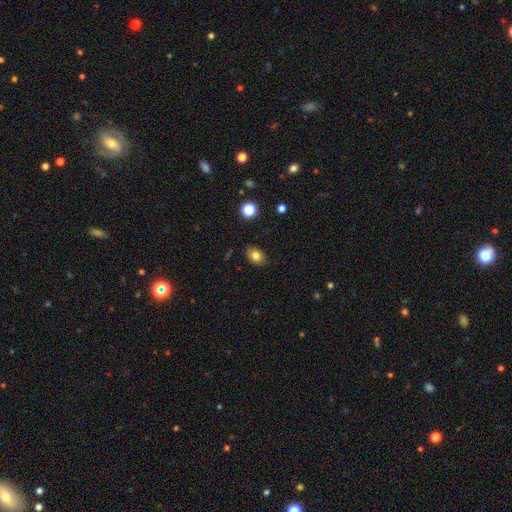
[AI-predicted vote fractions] This is clearly a smooth galaxy (81%). How rounded: likely in between (70%). Merging: clearly none (86%).